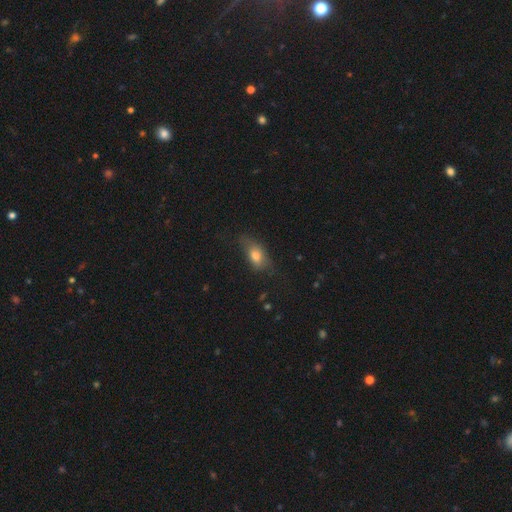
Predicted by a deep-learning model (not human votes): The model was most divided on "merging": none: 50%, minor disturbance: 32%, major disturbance: 16%, merger: 2%. More confident: how rounded — in between (84%); smooth or featured — smooth (74%).